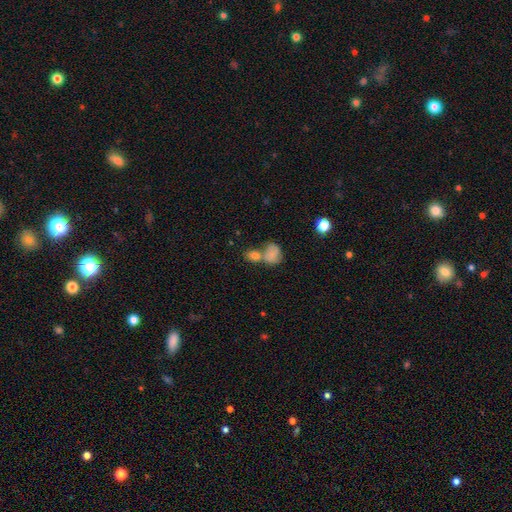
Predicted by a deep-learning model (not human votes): A smooth galaxy with no disk features (69%) that is in between round and cigar-shaped (49%). Merging: merger (49%).